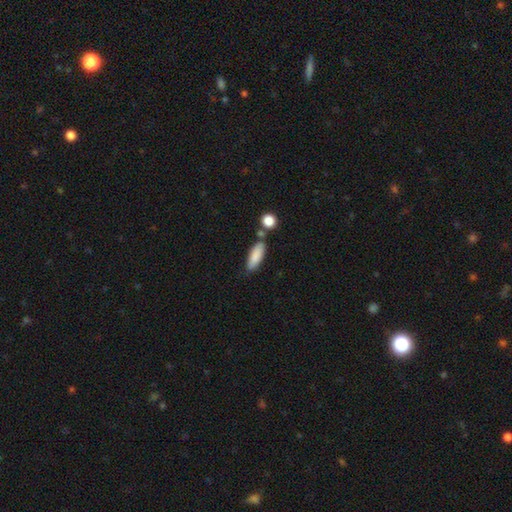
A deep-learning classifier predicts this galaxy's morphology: Smooth or featured? Predicted: smooth (p=0.85). How rounded? Predicted: in between (p=0.66). Merging? Predicted: none (p=0.70).